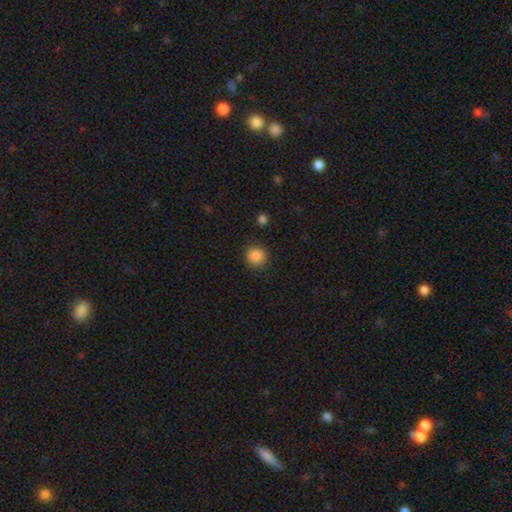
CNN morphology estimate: A smooth galaxy with no disk features (87%) that is round (91%).

Vote fractions:
- Smooth or featured? smooth: 87% / star or artifact: 10% / featured or disk: 3%
- How rounded? round: 91% / in between: 8% / cigar-shaped: 1%
- Merging? none: 87% / minor disturbance: 8% / major disturbance: 3% / merger: 2%